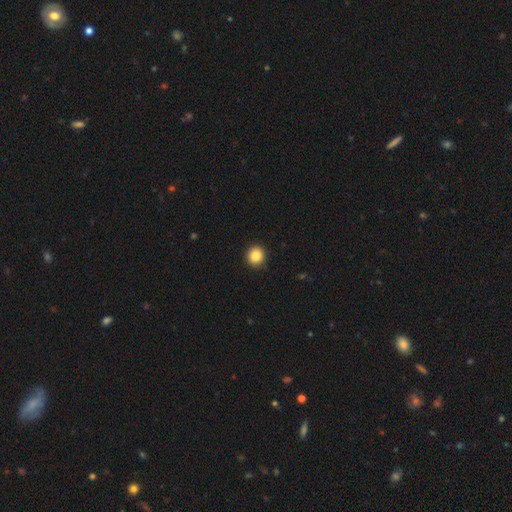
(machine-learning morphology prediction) smooth_or_featured: smooth (p=0.87) [alt: star or artifact p=0.09]
how_rounded: round (p=0.92) [alt: in between p=0.07]
merging: none (p=0.91) [alt: minor disturbance p=0.06]